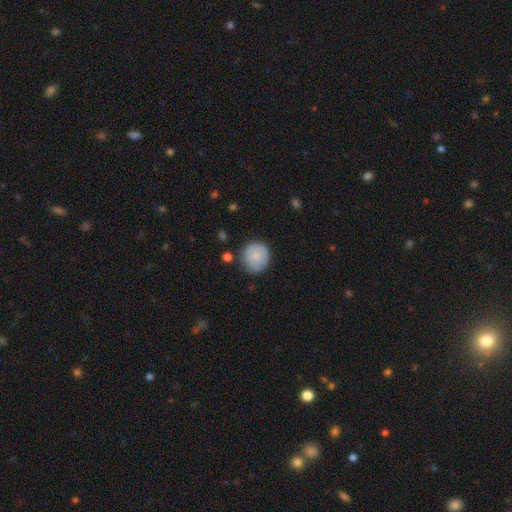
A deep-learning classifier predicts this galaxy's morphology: Smooth or featured? smooth (79%)
How rounded? round (89%)
Merging? none (75%)